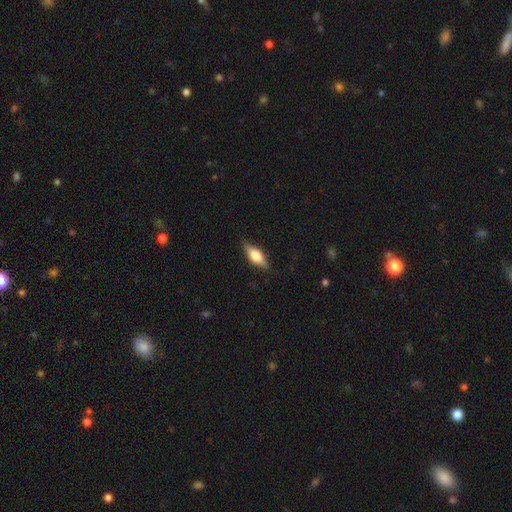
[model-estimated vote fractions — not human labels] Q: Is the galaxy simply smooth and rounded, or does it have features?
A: smooth — 58%.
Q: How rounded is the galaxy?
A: in between — 73%.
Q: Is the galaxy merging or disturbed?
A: none — 81%.